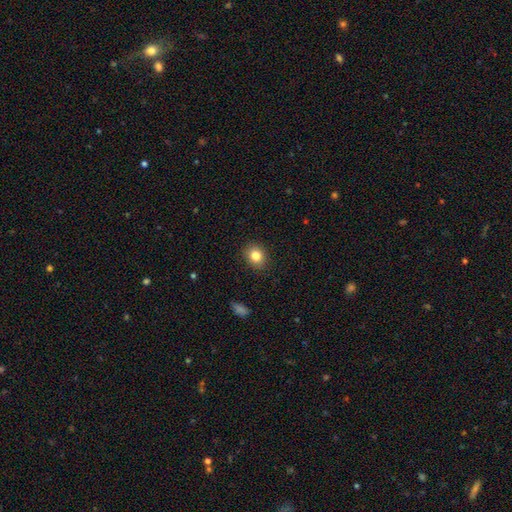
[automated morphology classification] Smooth or featured? Predicted: smooth (p=0.84). How rounded? Predicted: round (p=0.61). Merging? Predicted: none (p=0.89).